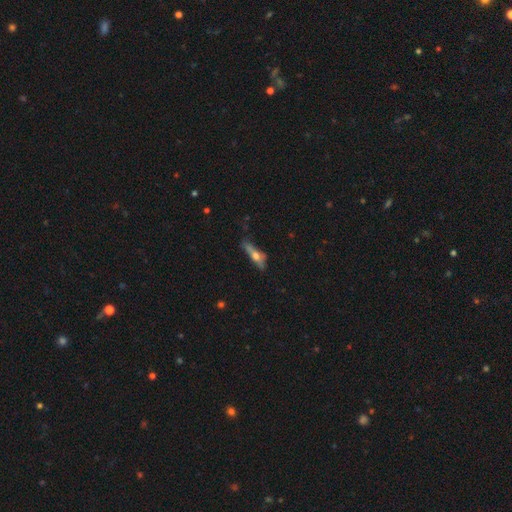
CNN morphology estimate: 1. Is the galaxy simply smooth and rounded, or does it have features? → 47% featured or disk, 45% smooth, 8% star or artifact.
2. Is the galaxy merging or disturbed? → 48% none, 28% minor disturbance, 18% major disturbance, 6% merger.